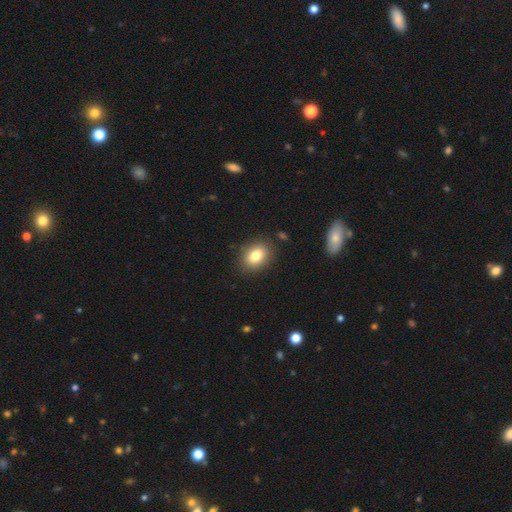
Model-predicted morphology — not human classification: The model was most divided on "how rounded": in between: 70%, round: 29%, cigar-shaped: 1%. More confident: merging — none (85%); smooth or featured — smooth (82%).